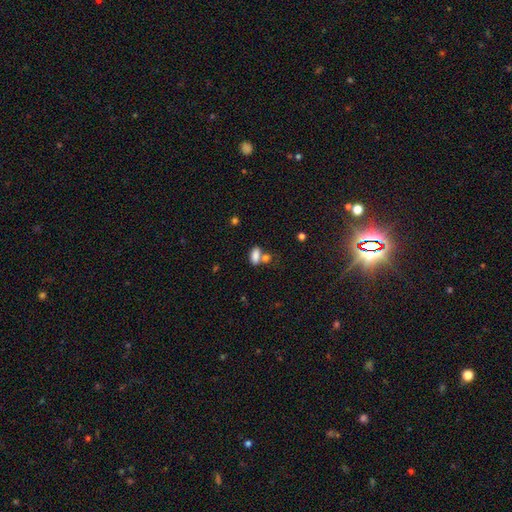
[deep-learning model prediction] Smooth or featured: smooth — 82% (star or artifact — 10%)
How rounded: in between — 87% (round — 7%)
Merging: merger — 44% (none — 40%)